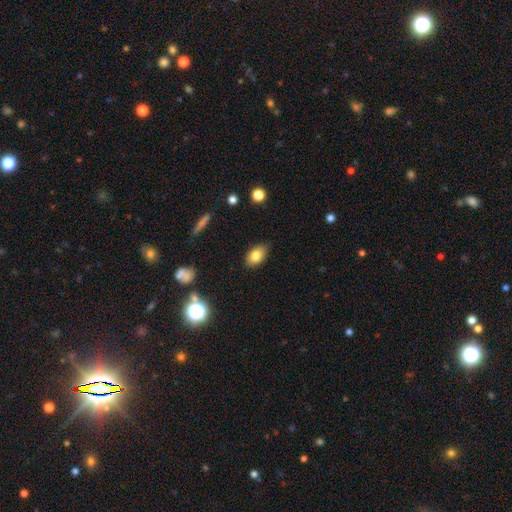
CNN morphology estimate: Overall: smooth (81%). How rounded: in between (86%). Merging: none (81%).